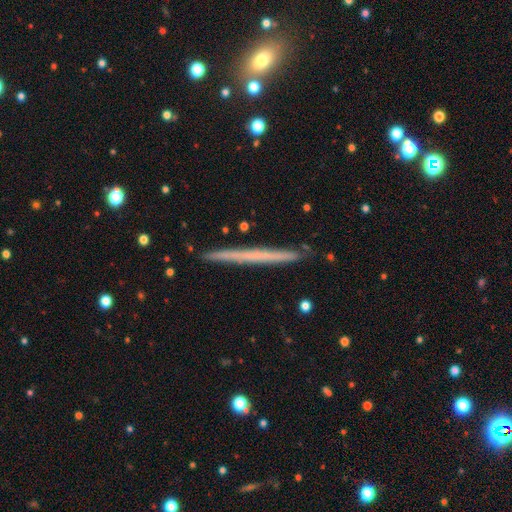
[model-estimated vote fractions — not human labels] This is possibly a featured or disk galaxy (53%). It is clearly viewed edge-on (97%). Edge-on bulge: clearly none (89%). Merging: clearly none (90%).